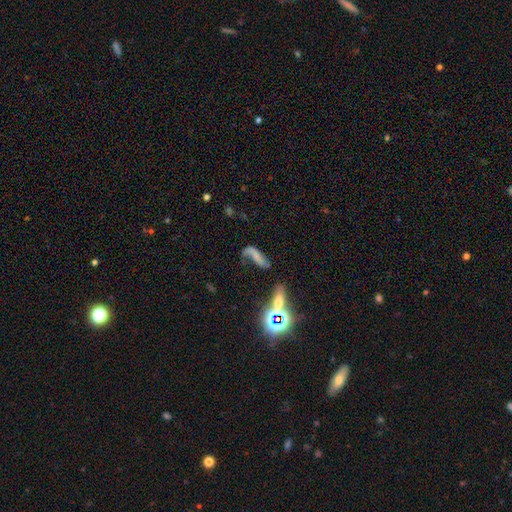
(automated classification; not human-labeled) Overall: featured or disk (43%; smooth 40%). Merging: none (35%; major disturbance 30%).